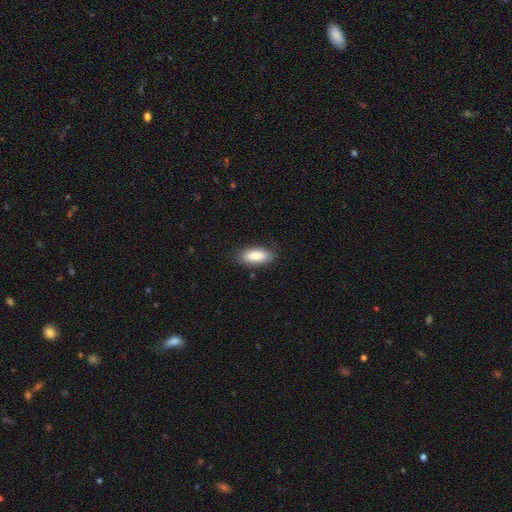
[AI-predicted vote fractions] Morphology: type=smooth (83%); roundness=in between (87%); merging=none (83%).